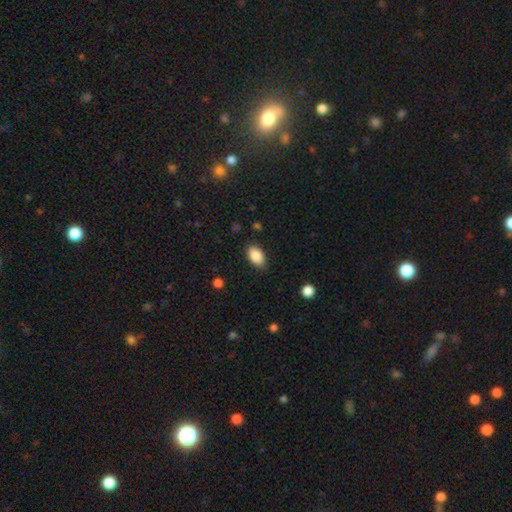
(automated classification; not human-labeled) Smooth or featured?
  - smooth: 88% *
  - star or artifact: 7%
  - featured or disk: 5%
How rounded?
  - in between: 92% *
  - round: 6%
  - cigar-shaped: 2%
Merging?
  - none: 85% *
  - minor disturbance: 11%
  - major disturbance: 3%
  - merger: 1%